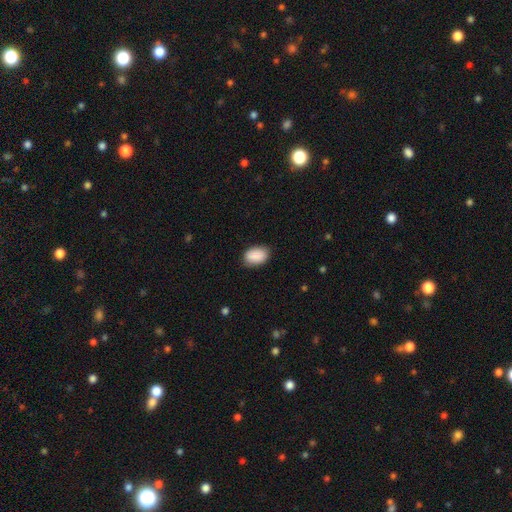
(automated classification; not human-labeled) This appears to be a smooth galaxy with no disk features (89%) that is in between round and cigar-shaped (89%). Merging: none (82%).